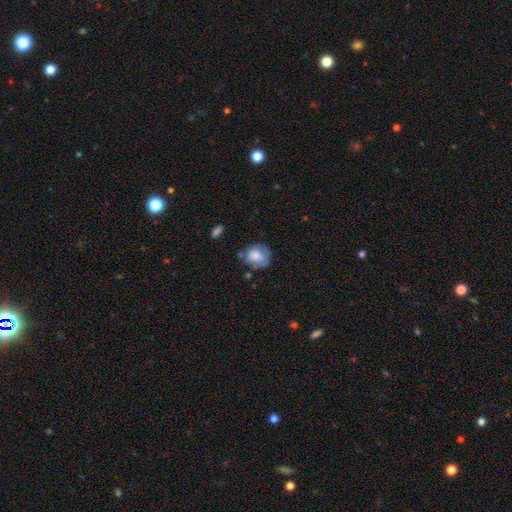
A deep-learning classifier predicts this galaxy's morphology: type=smooth (73%); roundness=round (70%); merging=none (56%).